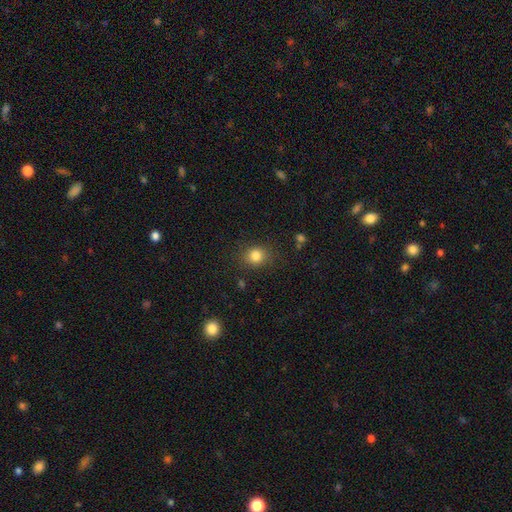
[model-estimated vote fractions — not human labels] smooth_or_featured: smooth (p=0.83) [alt: star or artifact p=0.12]
how_rounded: round (p=0.72) [alt: in between p=0.27]
merging: none (p=0.84) [alt: minor disturbance p=0.11]